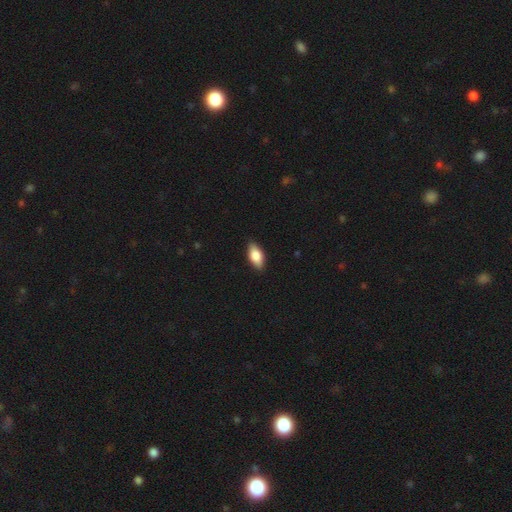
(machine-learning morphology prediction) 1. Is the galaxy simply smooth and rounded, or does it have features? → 78% smooth, 16% featured or disk, 6% star or artifact.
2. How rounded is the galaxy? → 89% in between, 8% cigar-shaped, 3% round.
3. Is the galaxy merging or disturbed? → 87% none, 10% minor disturbance, 2% major disturbance, 1% merger.